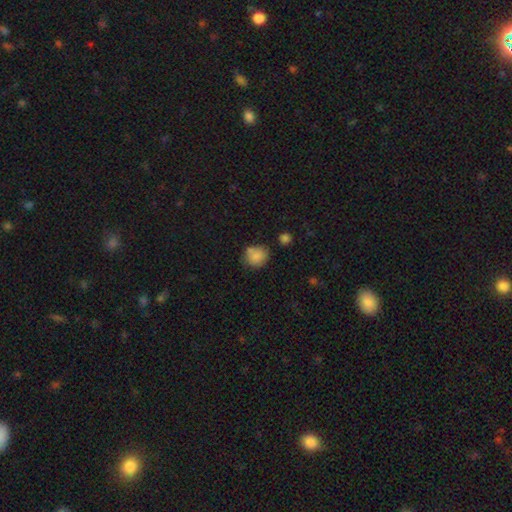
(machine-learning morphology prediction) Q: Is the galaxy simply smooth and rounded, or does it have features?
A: smooth — 82%.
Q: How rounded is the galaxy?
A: round — 76%.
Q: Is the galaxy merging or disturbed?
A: none — 62%.